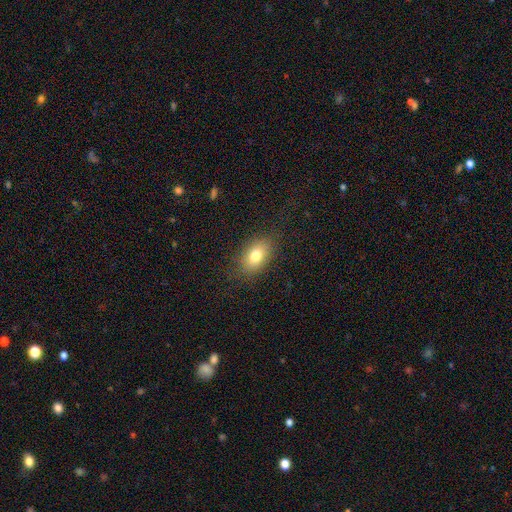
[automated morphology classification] Smooth or featured: smooth — 78% (featured or disk — 12%)
How rounded: in between — 85% (round — 13%)
Merging: none — 83% (minor disturbance — 12%)